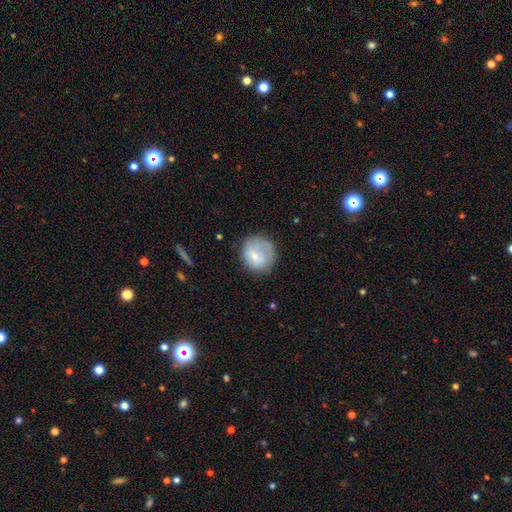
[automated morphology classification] The model was most divided on "merging": none: 63%, minor disturbance: 23%, major disturbance: 12%, merger: 2%. More confident: how rounded — round (83%); smooth or featured — smooth (73%).